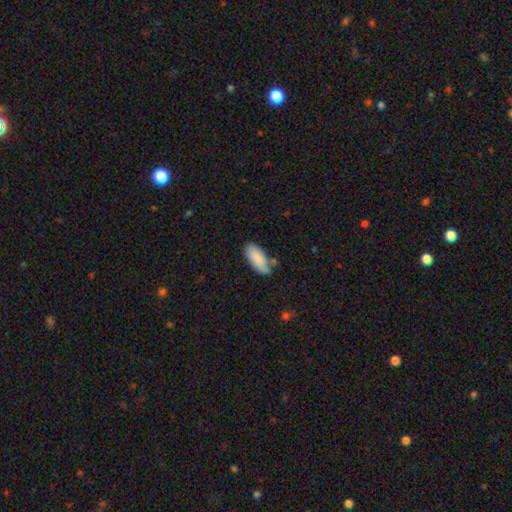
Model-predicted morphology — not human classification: Smooth or featured: smooth — 85% (featured or disk — 8%)
How rounded: in between — 83% (cigar-shaped — 15%)
Merging: none — 70% (minor disturbance — 20%)